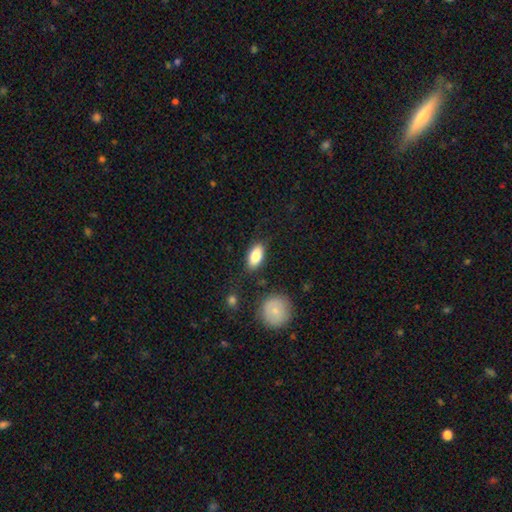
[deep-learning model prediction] Smooth or featured?
  - smooth: 81% *
  - featured or disk: 12%
  - star or artifact: 7%
How rounded?
  - in between: 89% *
  - cigar-shaped: 7%
  - round: 5%
Merging?
  - none: 82% *
  - minor disturbance: 13%
  - major disturbance: 3%
  - merger: 3%